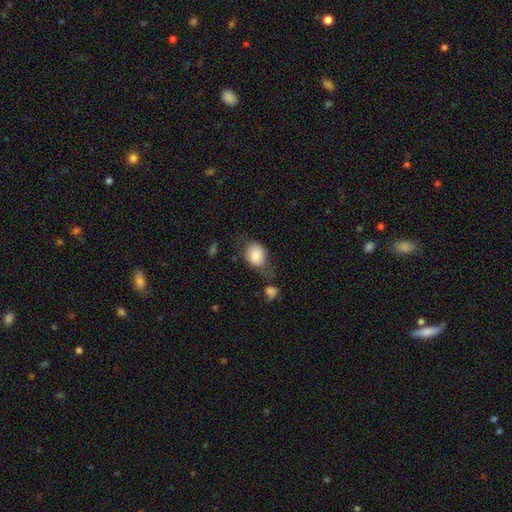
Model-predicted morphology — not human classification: smooth-or-featured: smooth: 81% | featured or disk: 11% | star or artifact: 8%
  how-rounded: in between: 60% | round: 39% | cigar-shaped: 1%
  merging: none: 43% | minor disturbance: 25% | merger: 16% | major disturbance: 16%